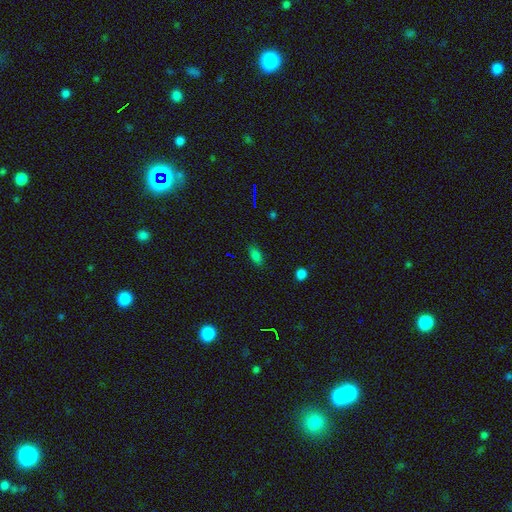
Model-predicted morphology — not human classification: This is likely a smooth galaxy (78%). How rounded: clearly in between (86%). Merging: clearly none (83%).